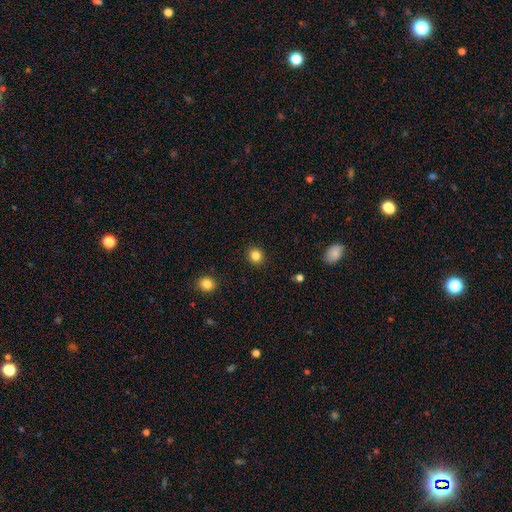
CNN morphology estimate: smooth-or-featured: smooth: 84% | star or artifact: 11% | featured or disk: 4%
  how-rounded: round: 88% | in between: 11% | cigar-shaped: 1%
  merging: none: 92% | minor disturbance: 5% | major disturbance: 2% | merger: 1%